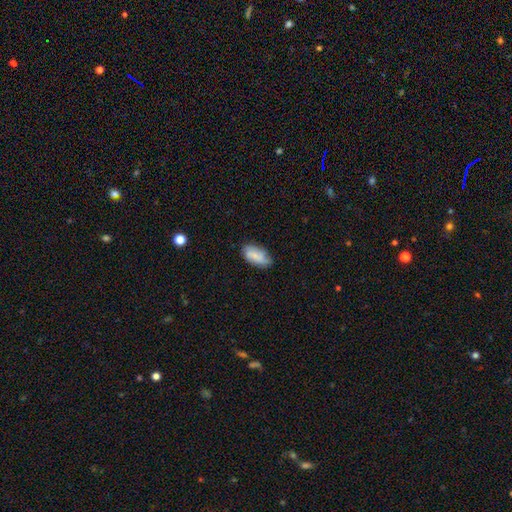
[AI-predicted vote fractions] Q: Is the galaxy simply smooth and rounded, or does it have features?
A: smooth — 70%.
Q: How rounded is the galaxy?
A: in between — 92%.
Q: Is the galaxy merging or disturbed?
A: none — 67%.